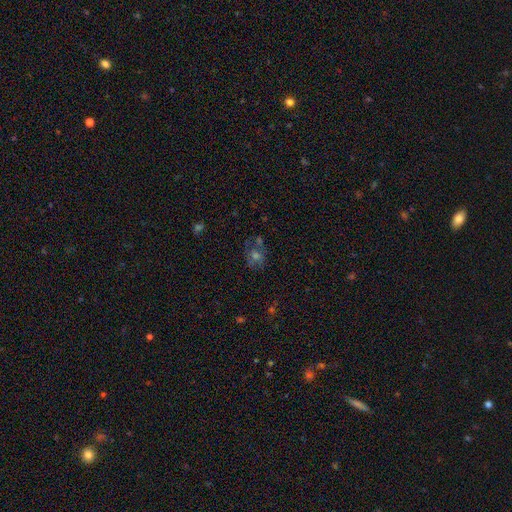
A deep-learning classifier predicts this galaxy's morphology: Overall: smooth (45%; star or artifact 28%). Merging: none (64%).